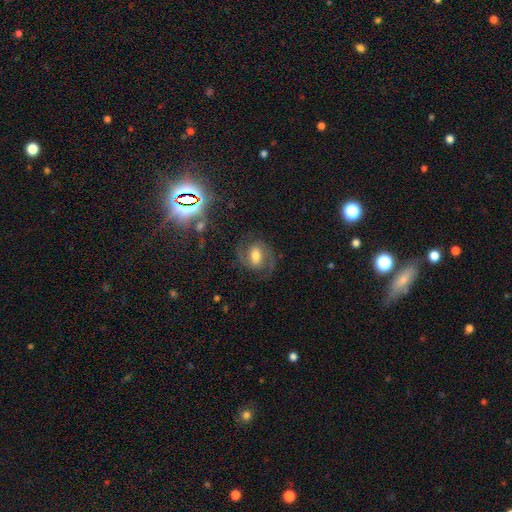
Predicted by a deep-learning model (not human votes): Morphology: type=featured or disk (79%); edge-on=no (97%); bar=weak (44%); spiral arms=yes (95%); winding=medium (58%); arm count=2 (92%); bulge=moderate (63%); merging=none (78%).